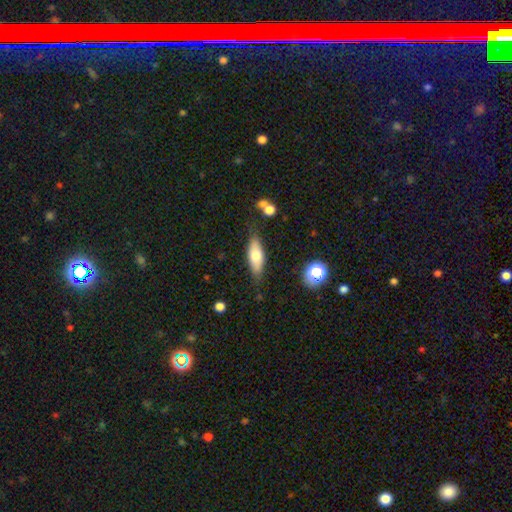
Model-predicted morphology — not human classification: Smooth or featured?
  - smooth: 68% *
  - featured or disk: 26%
  - star or artifact: 7%
How rounded?
  - in between: 67% *
  - cigar-shaped: 31%
  - round: 2%
Merging?
  - none: 77% *
  - minor disturbance: 16%
  - major disturbance: 3%
  - merger: 3%